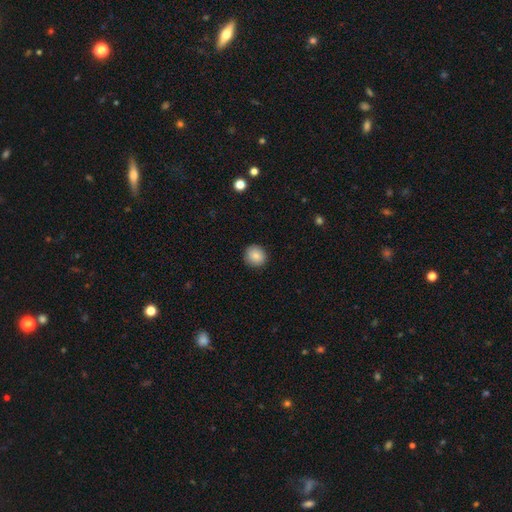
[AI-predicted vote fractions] Smooth or featured: smooth — 86% (star or artifact — 8%)
How rounded: round — 88% (in between — 11%)
Merging: none — 90% (minor disturbance — 7%)